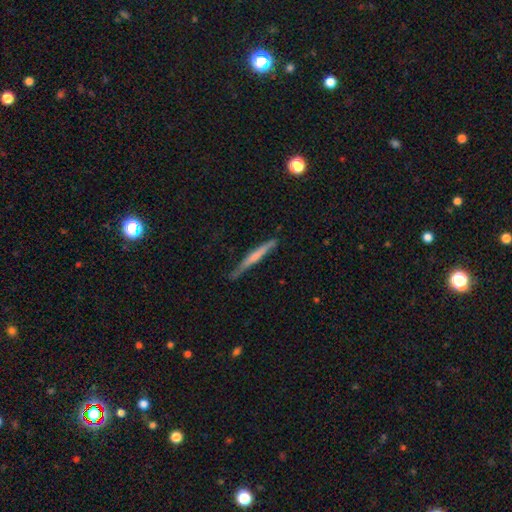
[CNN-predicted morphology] Q: Smooth or featured?
A: smooth (48%); runner-up: featured or disk (46%)
Q: Merging?
A: none (77%); runner-up: minor disturbance (18%)